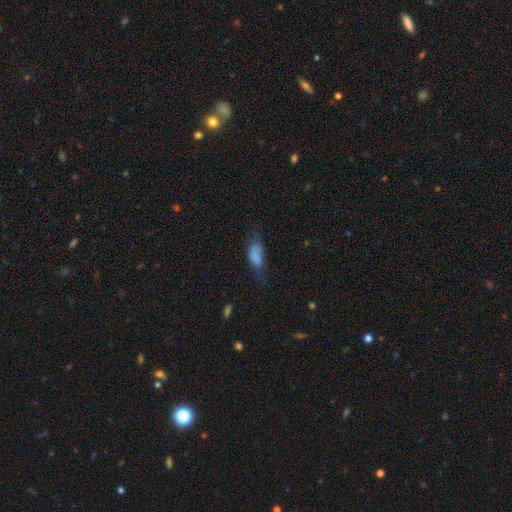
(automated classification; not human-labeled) A smooth galaxy with no disk features (71%) that is in between round and cigar-shaped (84%). Merging: minor disturbance (33%).